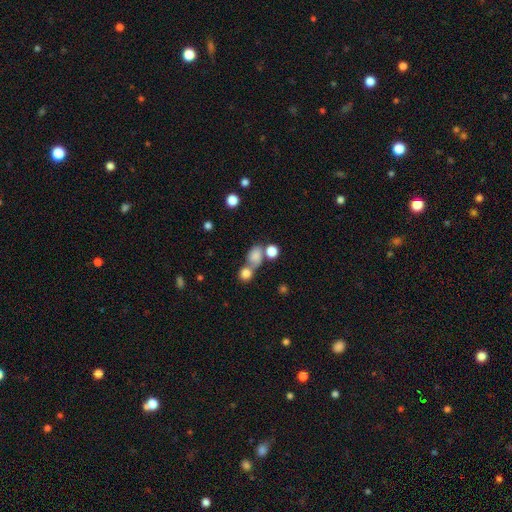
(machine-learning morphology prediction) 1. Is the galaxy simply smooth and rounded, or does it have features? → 77% smooth, 13% star or artifact, 10% featured or disk.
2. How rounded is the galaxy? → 52% in between, 46% round, 3% cigar-shaped.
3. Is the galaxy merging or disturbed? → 46% merger, 36% none, 10% minor disturbance, 7% major disturbance.